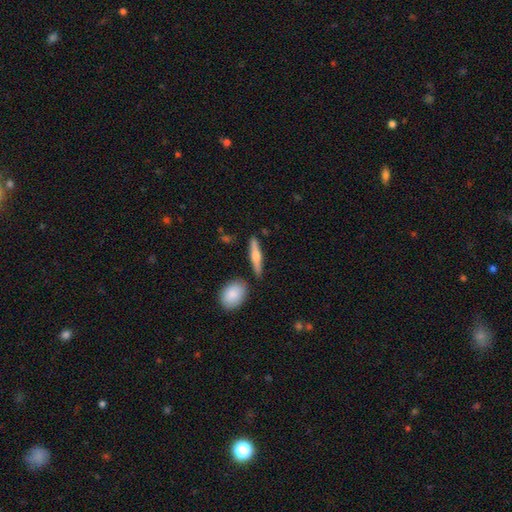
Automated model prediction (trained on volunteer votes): This is possibly a featured or disk galaxy (49%). Merging: clearly none (83%).